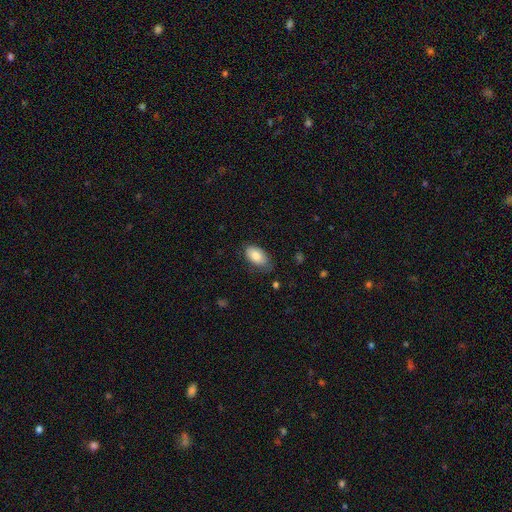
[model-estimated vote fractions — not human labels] This is likely a smooth galaxy (80%). How rounded: clearly in between (94%). Merging: likely none (66%).